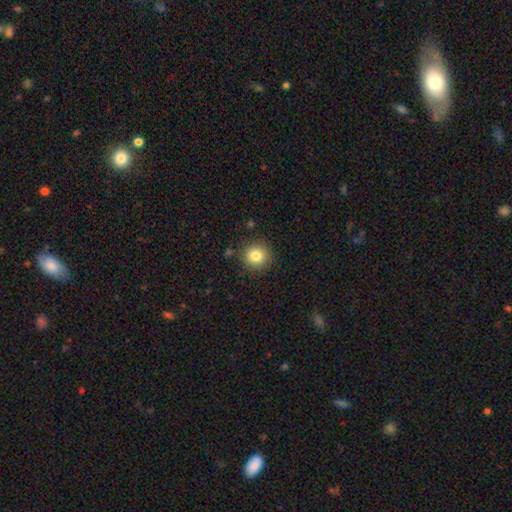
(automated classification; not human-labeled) This appears to be a smooth galaxy with no disk features (82%) that is round (92%). Merging: none (87%).